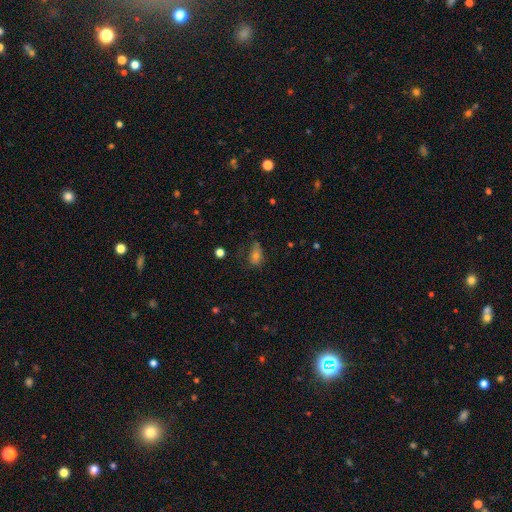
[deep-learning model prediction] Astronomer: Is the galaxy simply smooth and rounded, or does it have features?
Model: smooth — 64%.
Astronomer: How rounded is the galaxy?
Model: in between — 79%.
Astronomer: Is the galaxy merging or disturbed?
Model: none — 48% (runner-up: minor disturbance, 30%).